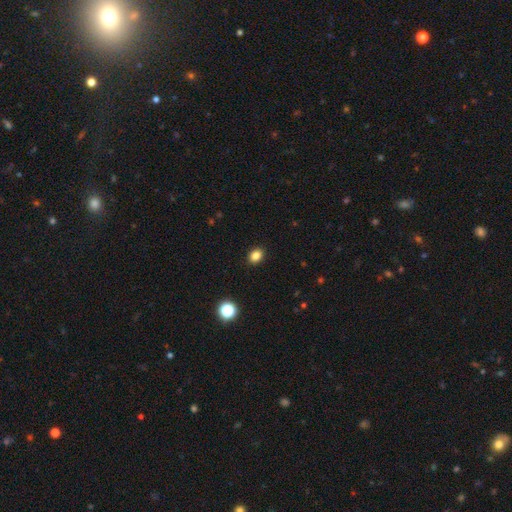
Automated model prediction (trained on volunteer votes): smooth-or-featured: smooth: 84% | star or artifact: 12% | featured or disk: 4%
  how-rounded: in between: 55% | round: 44% | cigar-shaped: 1%
  merging: none: 91% | minor disturbance: 6% | major disturbance: 2% | merger: 1%